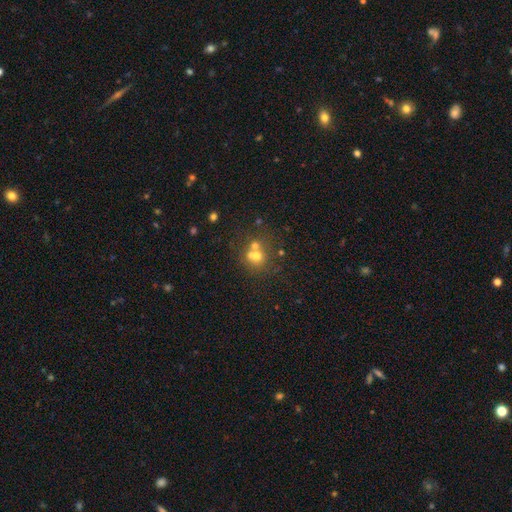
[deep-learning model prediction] This appears to be a smooth galaxy with no disk features (59%) that is round (82%). Merging: merger (46%).